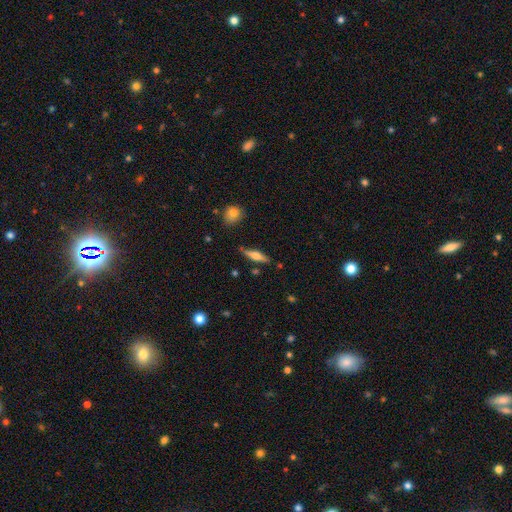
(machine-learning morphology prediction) A featured or disk galaxy (49%). Merging: none (80%).